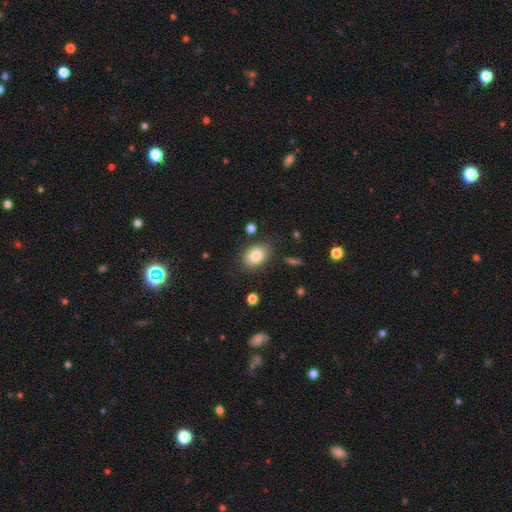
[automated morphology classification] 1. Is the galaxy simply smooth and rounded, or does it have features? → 83% smooth, 9% star or artifact, 8% featured or disk.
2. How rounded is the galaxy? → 77% in between, 22% round, 1% cigar-shaped.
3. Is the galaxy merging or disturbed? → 82% none, 12% minor disturbance, 3% major disturbance, 2% merger.